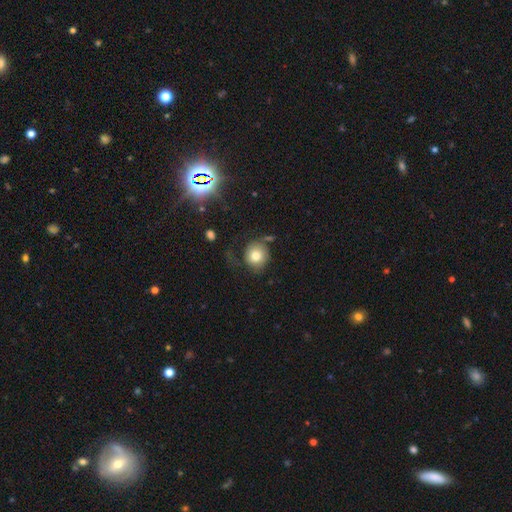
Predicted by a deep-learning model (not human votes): A smooth galaxy with no disk features (75%) that is round (82%). Merging: none (55%).